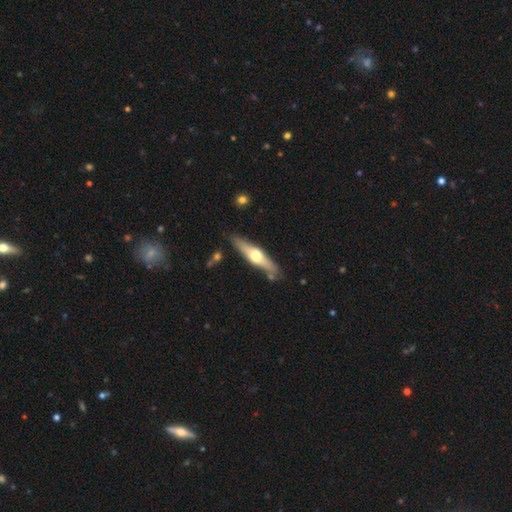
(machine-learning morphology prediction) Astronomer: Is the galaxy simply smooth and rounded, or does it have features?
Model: featured or disk — 59% (runner-up: smooth, 36%).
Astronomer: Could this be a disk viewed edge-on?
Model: yes — 92%.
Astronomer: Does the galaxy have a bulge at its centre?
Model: rounded — 94%.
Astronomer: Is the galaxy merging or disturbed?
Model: none — 82%.